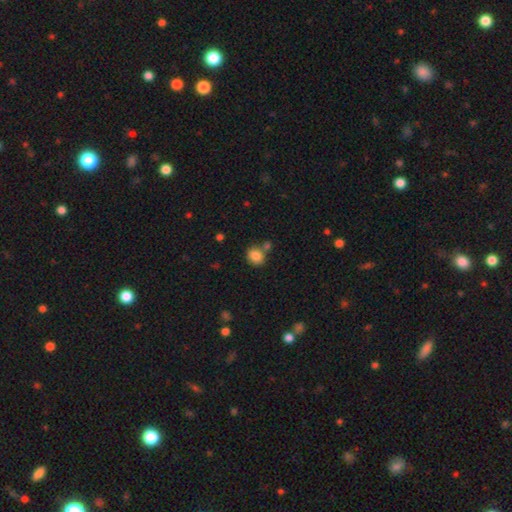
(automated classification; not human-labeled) Smooth or featured: smooth — 85% (star or artifact — 9%)
How rounded: round — 65% (in between — 34%)
Merging: none — 63% (merger — 20%)